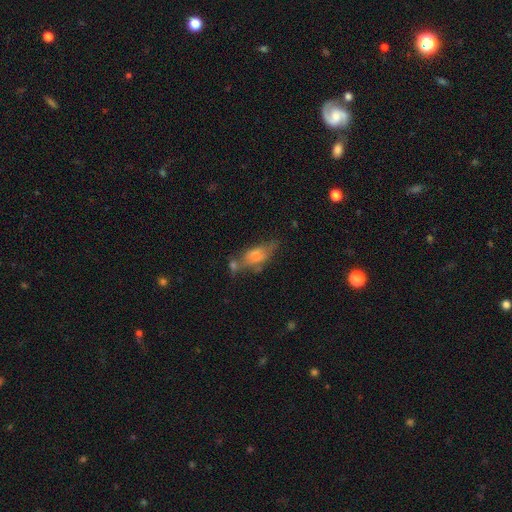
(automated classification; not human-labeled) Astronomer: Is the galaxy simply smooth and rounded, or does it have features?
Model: smooth — 53% (runner-up: featured or disk, 35%).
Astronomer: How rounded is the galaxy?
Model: in between — 75%.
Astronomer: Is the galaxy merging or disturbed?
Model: none — 31% (runner-up: major disturbance, 24%).